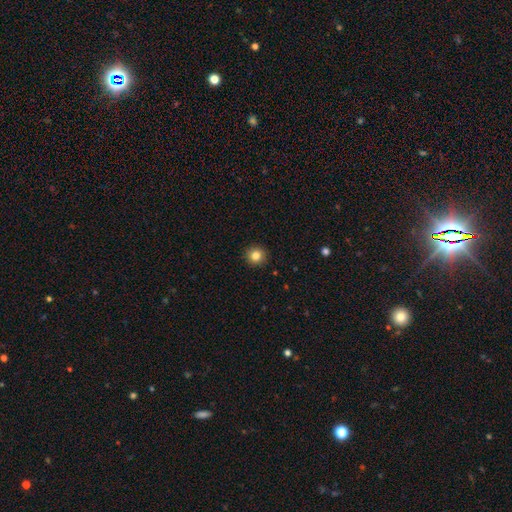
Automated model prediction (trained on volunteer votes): Q: Smooth or featured?
A: smooth (83%); runner-up: star or artifact (11%)
Q: How rounded?
A: round (94%); runner-up: in between (5%)
Q: Merging?
A: none (92%); runner-up: minor disturbance (5%)